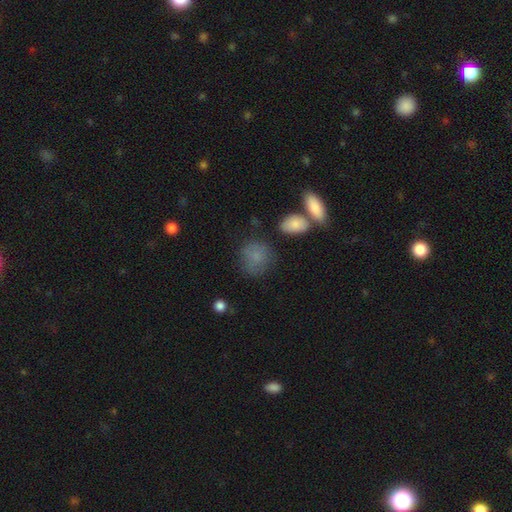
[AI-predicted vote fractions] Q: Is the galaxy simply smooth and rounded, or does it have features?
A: smooth — 79%.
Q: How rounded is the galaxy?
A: round — 72%.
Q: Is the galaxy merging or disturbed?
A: none — 64%.